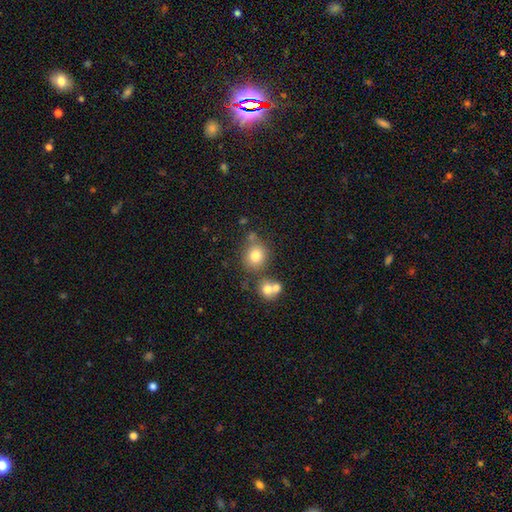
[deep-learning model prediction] A smooth galaxy with no disk features (78%) that is round (81%).

Vote fractions:
- Smooth or featured? smooth: 78% / star or artifact: 12% / featured or disk: 10%
- How rounded? round: 81% / in between: 18% / cigar-shaped: 1%
- Merging? none: 65% / merger: 19% / minor disturbance: 12% / major disturbance: 5%